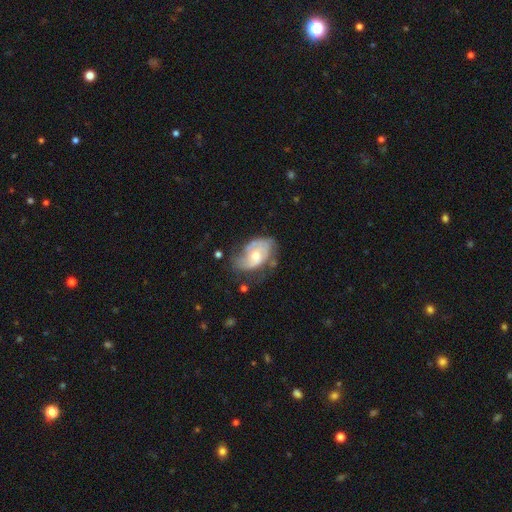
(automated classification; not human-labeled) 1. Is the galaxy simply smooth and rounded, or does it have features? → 68% featured or disk, 26% smooth, 7% star or artifact.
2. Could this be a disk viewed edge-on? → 96% no, 4% yes.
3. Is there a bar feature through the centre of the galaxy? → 71% no, 24% weak, 4% strong.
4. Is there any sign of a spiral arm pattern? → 75% yes, 25% no.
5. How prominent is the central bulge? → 59% moderate, 35% small, 4% large, 2% none, 1% dominant.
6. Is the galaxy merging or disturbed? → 44% none, 31% minor disturbance, 20% major disturbance, 4% merger.